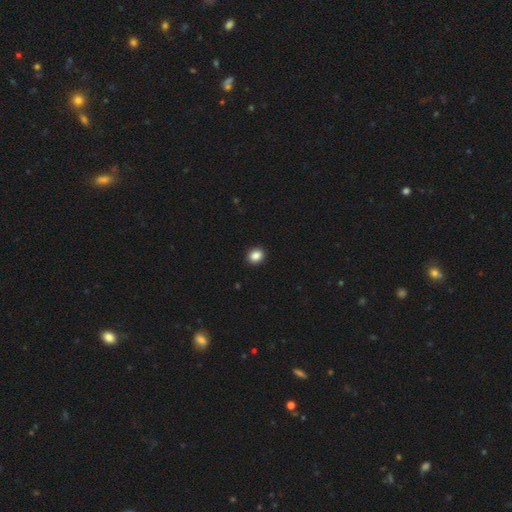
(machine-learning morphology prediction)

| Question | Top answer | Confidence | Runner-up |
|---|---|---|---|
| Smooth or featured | smooth | 87% | star or artifact (9%) |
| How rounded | round | 65% | in between (34%) |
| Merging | none | 93% | minor disturbance (5%) |